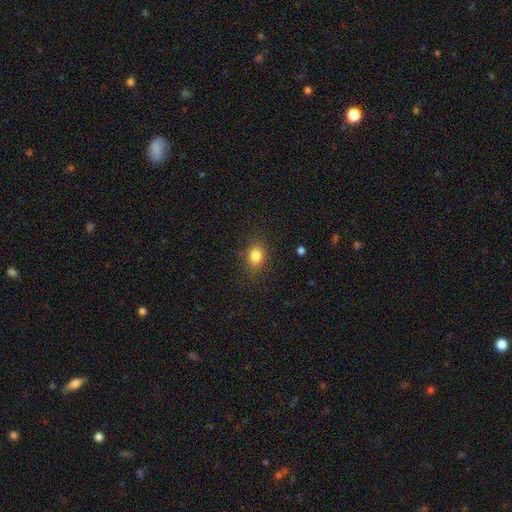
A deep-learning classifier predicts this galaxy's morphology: smooth-or-featured: smooth: 82% | star or artifact: 11% | featured or disk: 7%
  how-rounded: in between: 50% | round: 48% | cigar-shaped: 1%
  merging: none: 82% | minor disturbance: 13% | major disturbance: 4% | merger: 1%